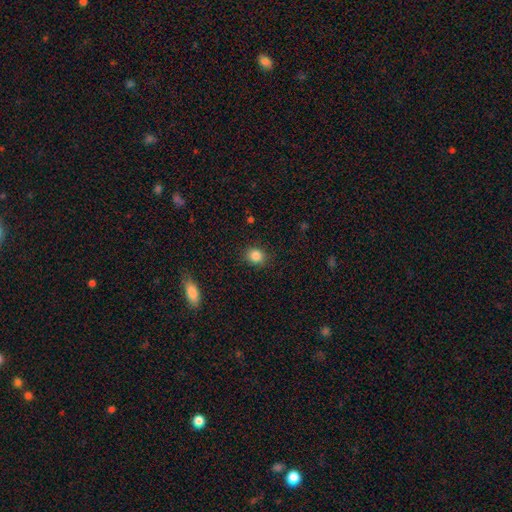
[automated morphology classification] smooth 86%, star or artifact 10%, featured or disk 4%. Down the decision tree: how rounded — round (74%); merging — none (86%).